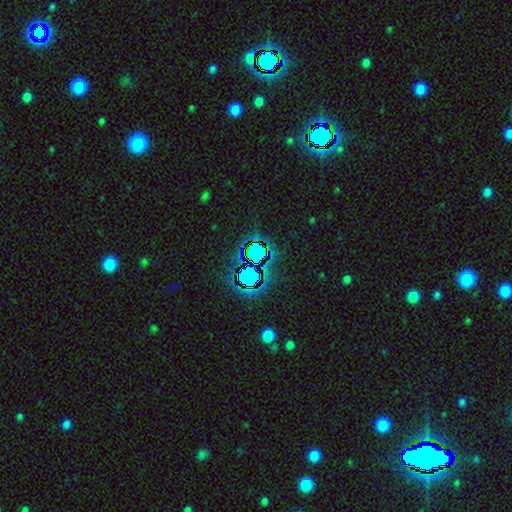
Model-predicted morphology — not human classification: Smooth or featured? Predicted: star or artifact (p=0.76).